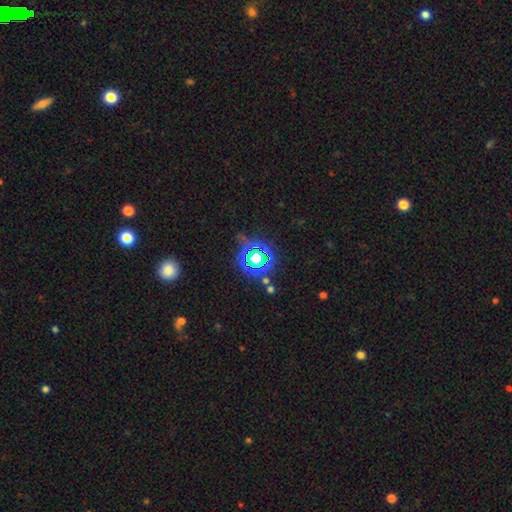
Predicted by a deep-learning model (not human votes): A star or artifact, not a galaxy (70%).